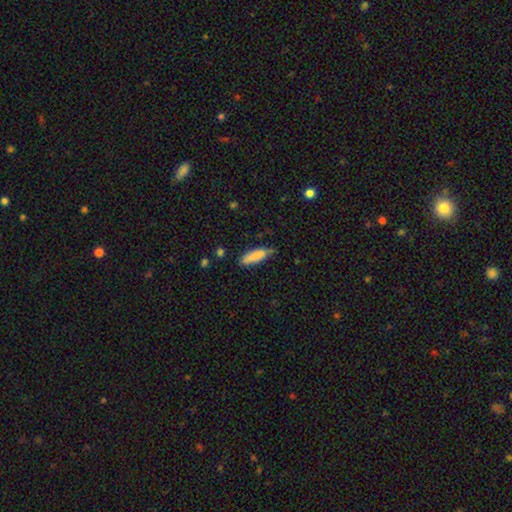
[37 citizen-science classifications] smooth_or_featured: smooth (p=0.86) [alt: featured or disk p=0.11]
how_rounded: cigar-shaped (p=0.62) [alt: in between p=0.38]
merging: none (p=0.61) [alt: minor disturbance p=0.33]